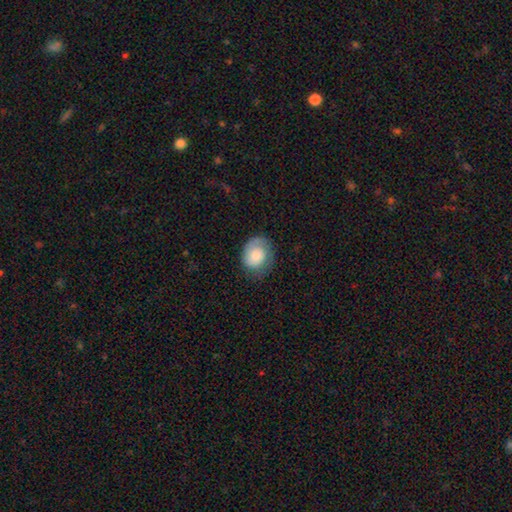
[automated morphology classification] This is likely a smooth galaxy (68%). How rounded: possibly round (51%). Merging: likely none (61%).